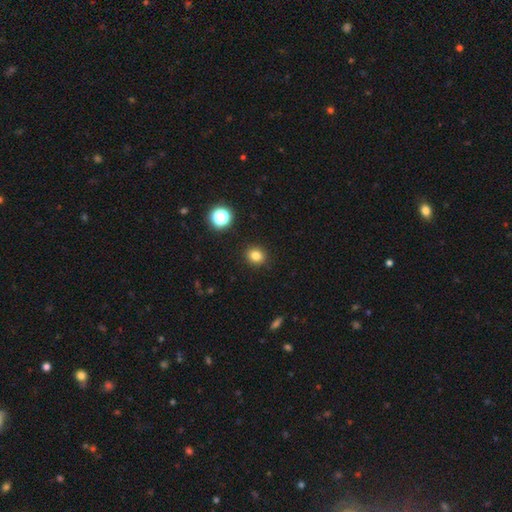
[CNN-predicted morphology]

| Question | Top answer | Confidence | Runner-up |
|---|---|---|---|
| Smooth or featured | smooth | 81% | star or artifact (14%) |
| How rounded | round | 80% | in between (19%) |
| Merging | none | 91% | minor disturbance (6%) |